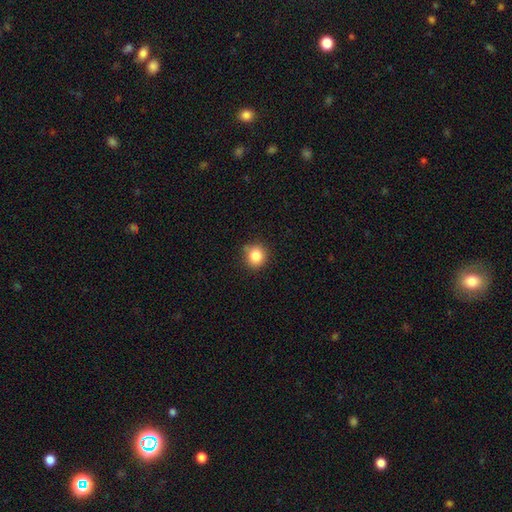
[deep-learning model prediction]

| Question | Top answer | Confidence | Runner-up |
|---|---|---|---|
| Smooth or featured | smooth | 85% | star or artifact (10%) |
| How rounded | round | 89% | in between (10%) |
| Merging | none | 83% | minor disturbance (13%) |